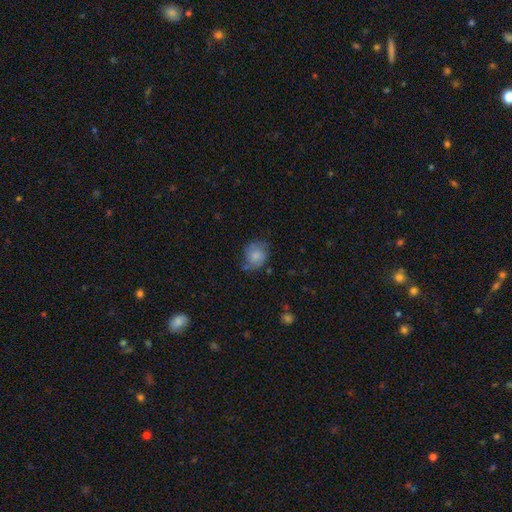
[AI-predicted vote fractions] This is likely a smooth galaxy (78%). How rounded: likely round (65%). Merging: likely none (60%).